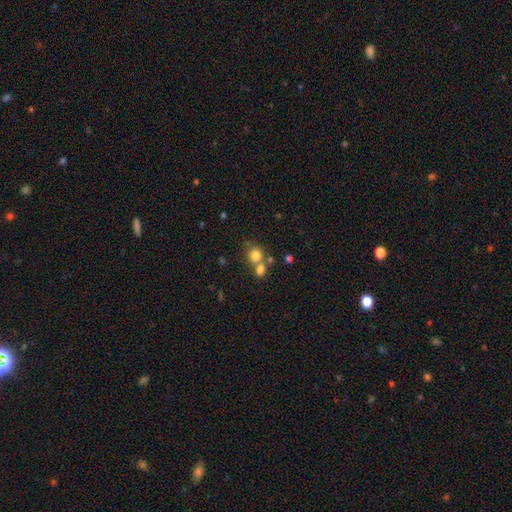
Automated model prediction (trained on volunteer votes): smooth 78%, star or artifact 12%, featured or disk 10%. Down the decision tree: how rounded — round (76%); merging — none (45%).